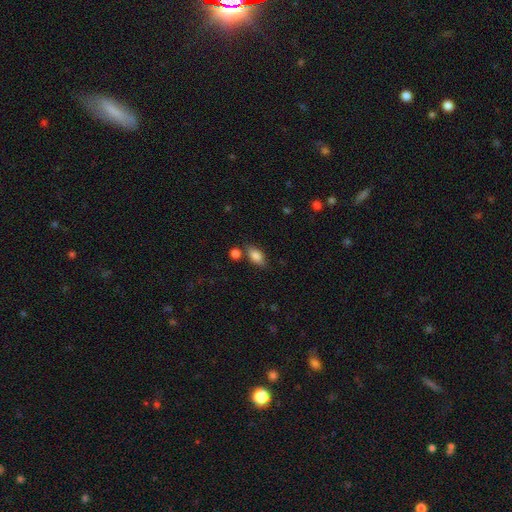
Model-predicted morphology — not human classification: This is clearly a smooth galaxy (84%). How rounded: clearly in between (87%). Merging: likely none (72%).